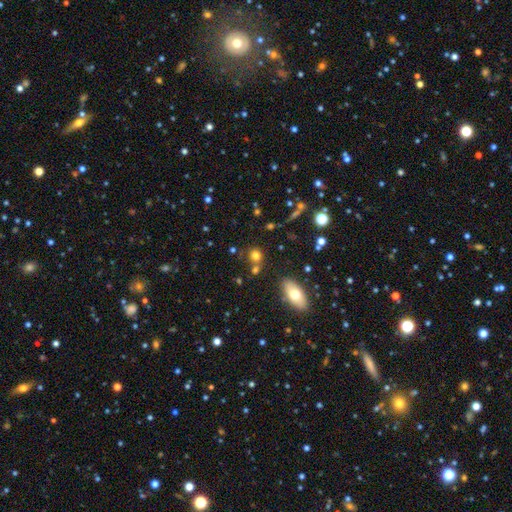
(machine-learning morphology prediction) A smooth galaxy with no disk features (74%) that is round (76%). Merging: none (65%).